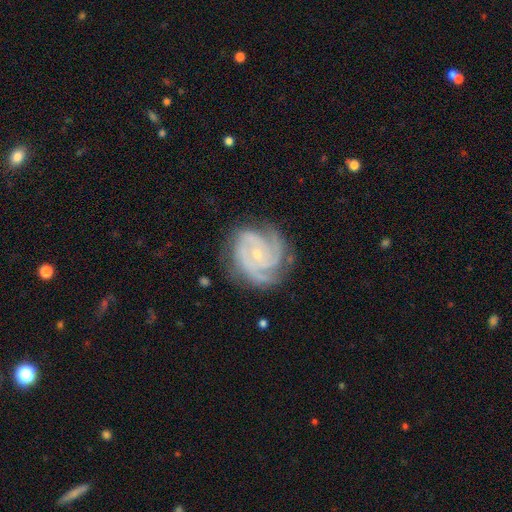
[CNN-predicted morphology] This is clearly a featured or disk galaxy (90%). It is clearly not viewed edge-on (98%). Bar: likely no (71%). Spiral arm pattern: clearly yes (98%). Spiral arm count: possibly 3 (53%). Spiral winding: likely tight (68%). Central bulge: likely small (78%). Merging: likely none (74%).